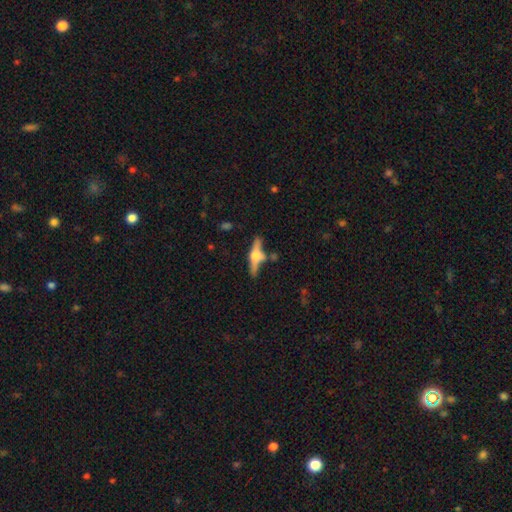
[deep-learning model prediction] Overall: featured or disk (72%). Edge-on disk: yes (96%). Edge-on bulge: rounded (94%). Merging: none (73%).